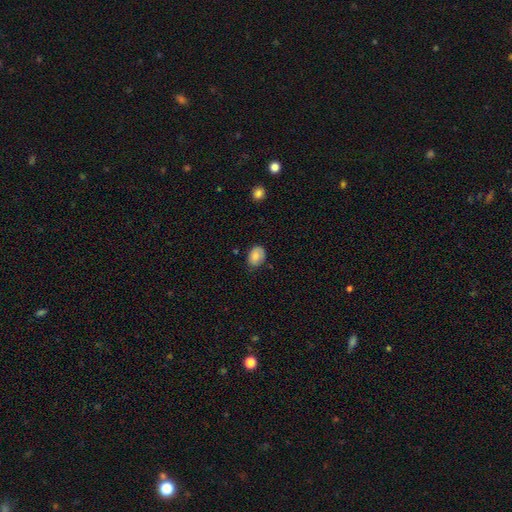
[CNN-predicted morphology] The model was most divided on "how rounded": in between: 68%, round: 31%, cigar-shaped: 1%. More confident: smooth or featured — smooth (76%); merging — none (68%).